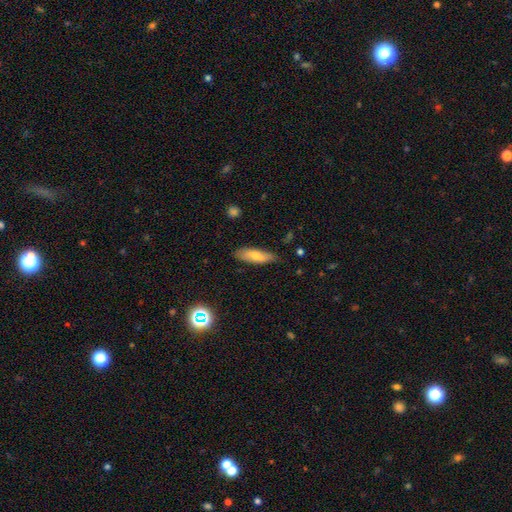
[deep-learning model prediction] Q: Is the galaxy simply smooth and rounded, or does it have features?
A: smooth — 73%.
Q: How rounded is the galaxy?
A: in between — 56%.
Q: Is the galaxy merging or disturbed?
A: none — 76%.